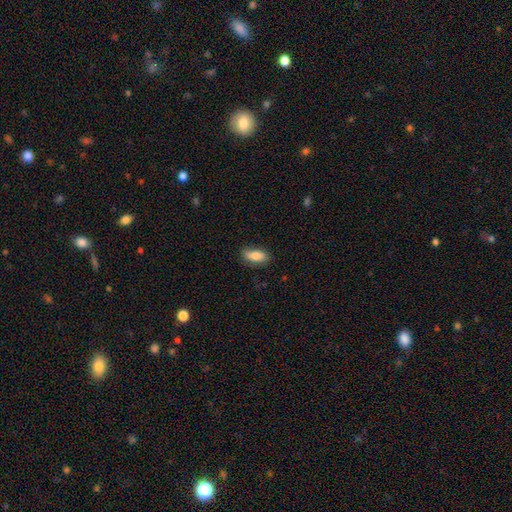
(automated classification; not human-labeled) This appears to be a smooth galaxy with no disk features (78%) that is in between round and cigar-shaped (82%). Merging: none (77%).